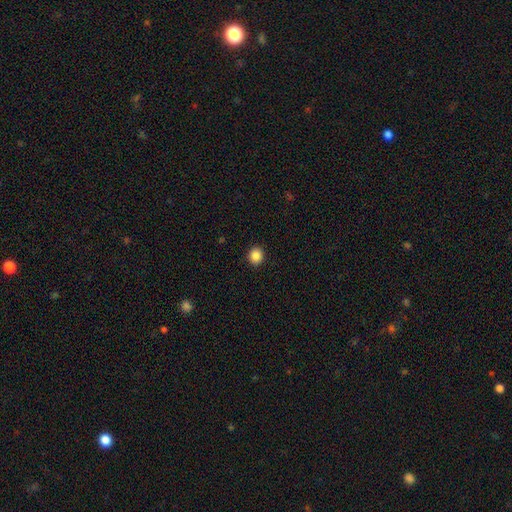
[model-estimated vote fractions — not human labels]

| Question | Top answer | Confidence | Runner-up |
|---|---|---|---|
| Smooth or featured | smooth | 87% | star or artifact (10%) |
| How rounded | round | 85% | in between (15%) |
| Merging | none | 92% | minor disturbance (5%) |